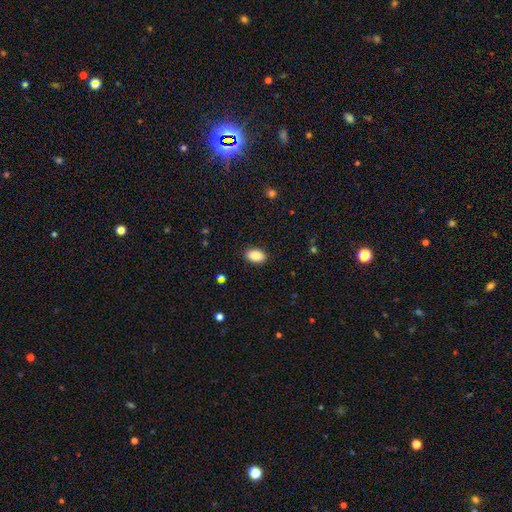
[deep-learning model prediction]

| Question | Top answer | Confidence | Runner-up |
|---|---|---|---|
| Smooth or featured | smooth | 88% | star or artifact (7%) |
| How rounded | in between | 91% | round (7%) |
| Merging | none | 89% | minor disturbance (8%) |